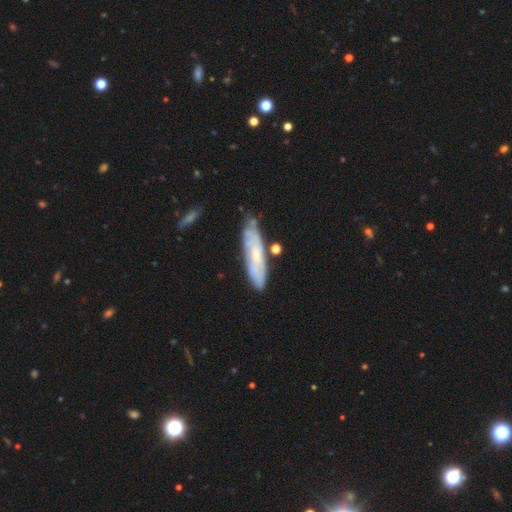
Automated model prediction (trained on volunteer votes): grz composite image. It shows a featured or disk galaxy (55%). Merging: none (70%).